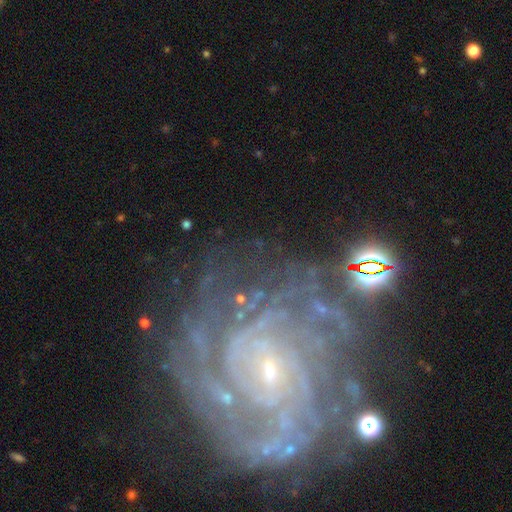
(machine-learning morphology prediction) Smooth or featured? Predicted: featured or disk (p=0.88). Edge-on disk? Predicted: no (p=0.98). Bar? Predicted: no (p=0.53). Spiral arms? Predicted: yes (p=0.98). Spiral winding? Predicted: tight (p=0.74). Spiral arm count? Predicted: can't tell (p=0.27). Bulge size? Predicted: small (p=0.83). Merging? Predicted: none (p=0.71).